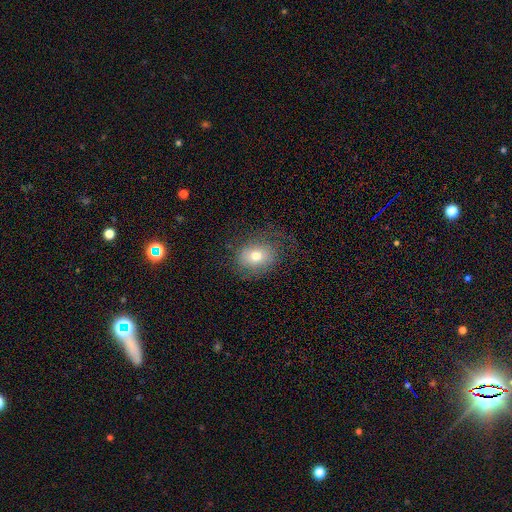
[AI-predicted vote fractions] Smooth or featured: smooth — 66% (featured or disk — 23%)
How rounded: round — 51% (in between — 48%)
Merging: none — 62% (minor disturbance — 20%)